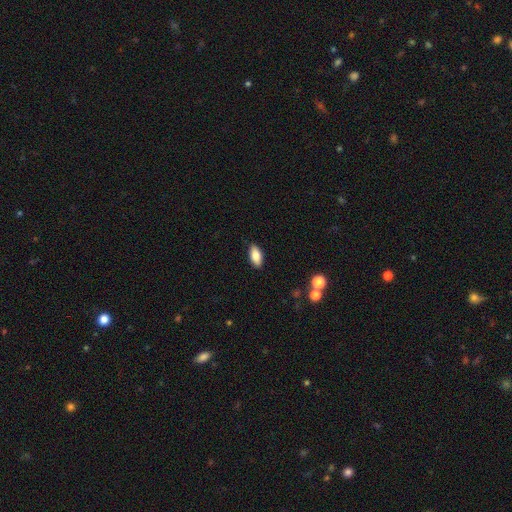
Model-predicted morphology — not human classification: smooth-or-featured: smooth: 82% | featured or disk: 11% | star or artifact: 7%
  how-rounded: in between: 88% | cigar-shaped: 9% | round: 3%
  merging: none: 89% | minor disturbance: 8% | major disturbance: 2% | merger: 1%